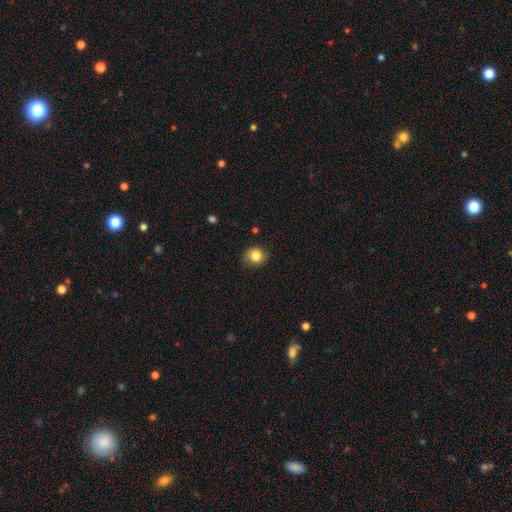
A smooth galaxy with no disk features (90%) that is round (69%). Merging: none (79%).